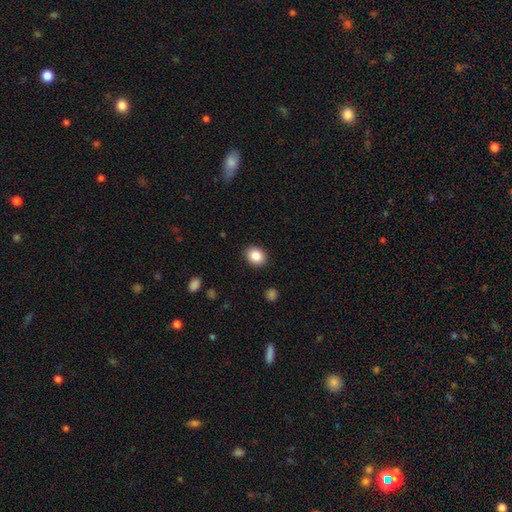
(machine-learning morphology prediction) A smooth galaxy with no disk features (88%) that is round (51%). Merging: none (89%).